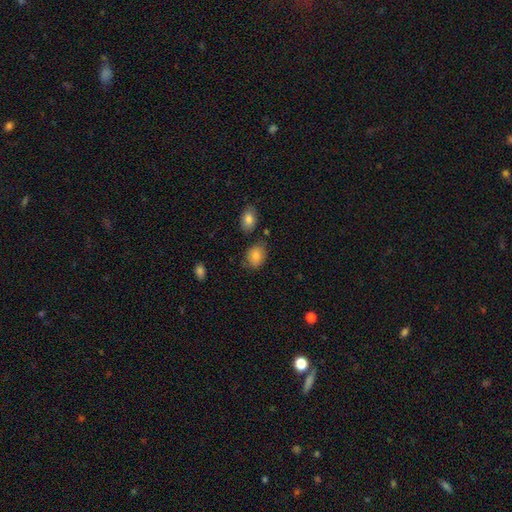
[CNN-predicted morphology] This is clearly a smooth galaxy (84%). How rounded: likely in between (69%). Merging: likely none (69%).